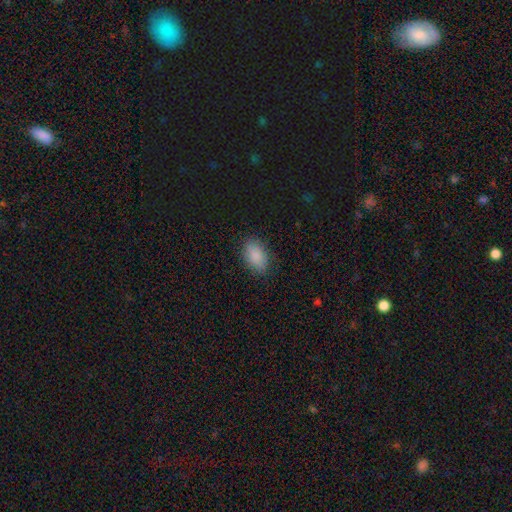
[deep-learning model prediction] This is clearly a smooth galaxy (87%). How rounded: clearly in between (89%). Merging: clearly none (83%).